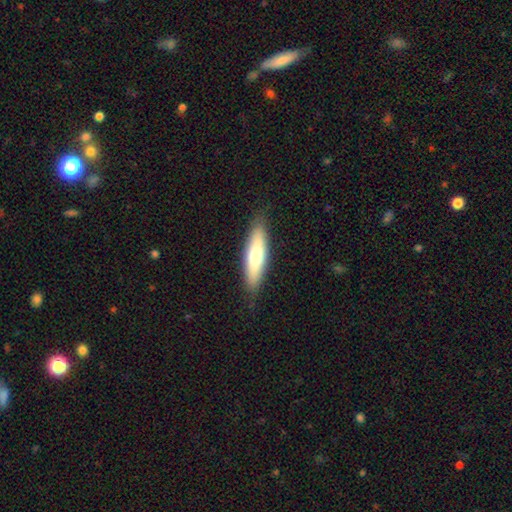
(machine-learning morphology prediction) Q: Smooth or featured?
A: smooth (59%); runner-up: featured or disk (35%)
Q: How rounded?
A: cigar-shaped (62%); runner-up: in between (36%)
Q: Merging?
A: none (87%); runner-up: minor disturbance (10%)